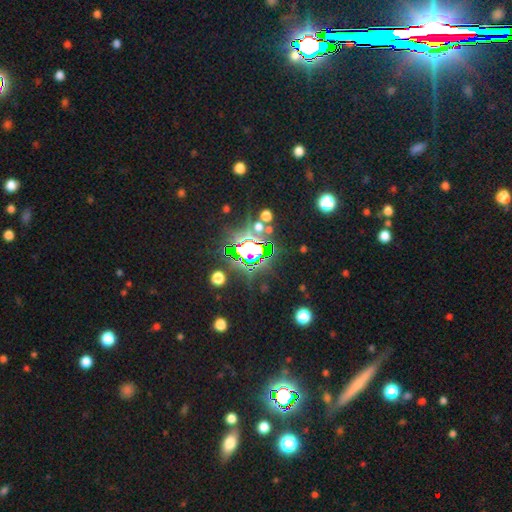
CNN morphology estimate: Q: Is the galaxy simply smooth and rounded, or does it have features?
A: star or artifact — 80%.